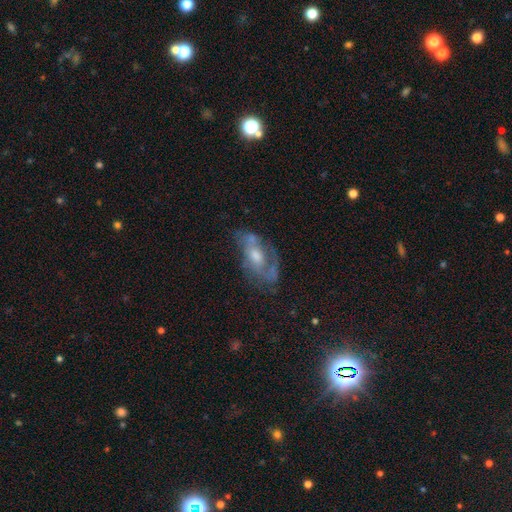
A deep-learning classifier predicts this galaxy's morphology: Smooth or featured: featured or disk — 73% (smooth — 19%)
Edge-on disk: no — 92% (yes — 8%)
Bar: no — 61% (weak — 32%)
Spiral arms: yes — 73% (no — 27%)
Bulge size: moderate — 60% (small — 24%)
Merging: none — 50% (minor disturbance — 24%)